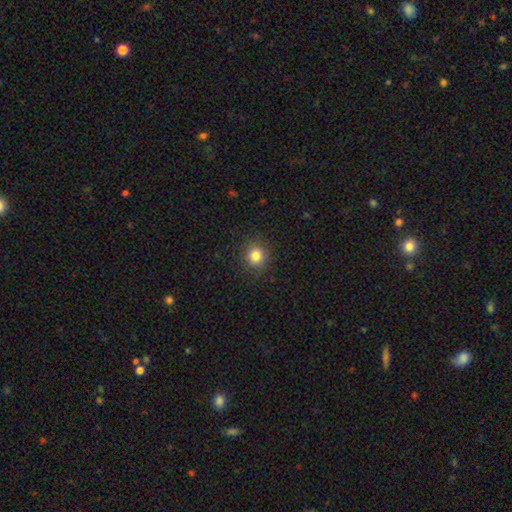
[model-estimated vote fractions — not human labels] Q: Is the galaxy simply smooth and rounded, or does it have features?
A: smooth — 82%.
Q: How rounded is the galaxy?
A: round — 90%.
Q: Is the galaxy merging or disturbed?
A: none — 89%.